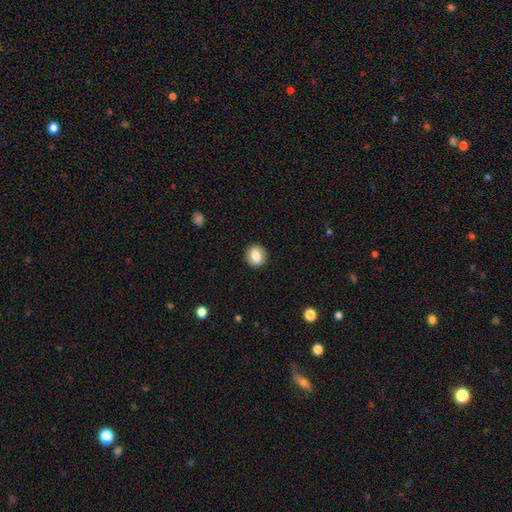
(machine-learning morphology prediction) Q: Smooth or featured?
A: smooth (78%); runner-up: featured or disk (14%)
Q: How rounded?
A: round (72%); runner-up: in between (27%)
Q: Merging?
A: none (88%); runner-up: minor disturbance (8%)